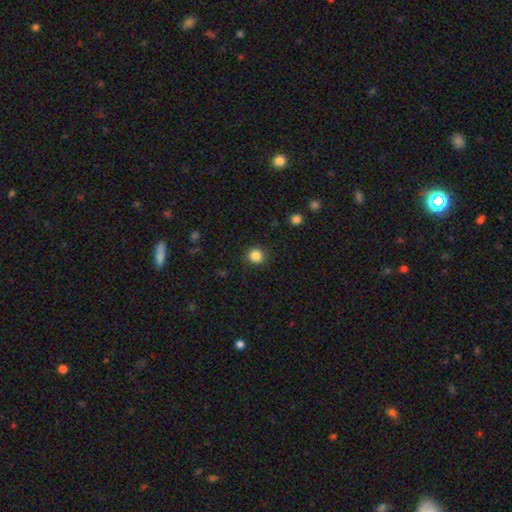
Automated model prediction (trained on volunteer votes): Q: Smooth or featured?
A: smooth (85%); runner-up: star or artifact (11%)
Q: How rounded?
A: round (92%); runner-up: in between (7%)
Q: Merging?
A: none (90%); runner-up: minor disturbance (6%)